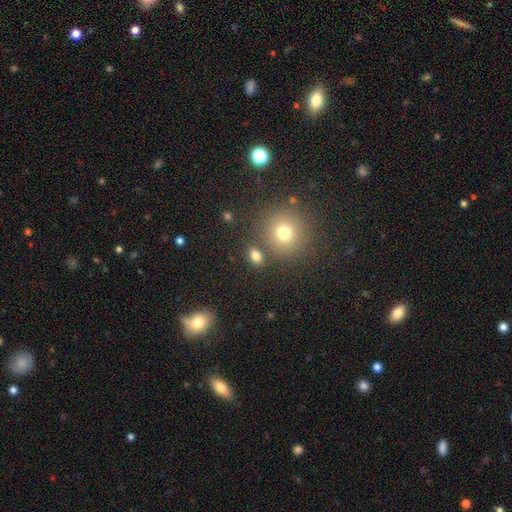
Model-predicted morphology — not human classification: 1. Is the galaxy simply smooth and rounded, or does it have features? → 78% smooth, 14% star or artifact, 8% featured or disk.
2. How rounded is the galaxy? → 67% in between, 30% round, 3% cigar-shaped.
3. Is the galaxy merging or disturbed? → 79% none, 10% minor disturbance, 8% merger, 4% major disturbance.